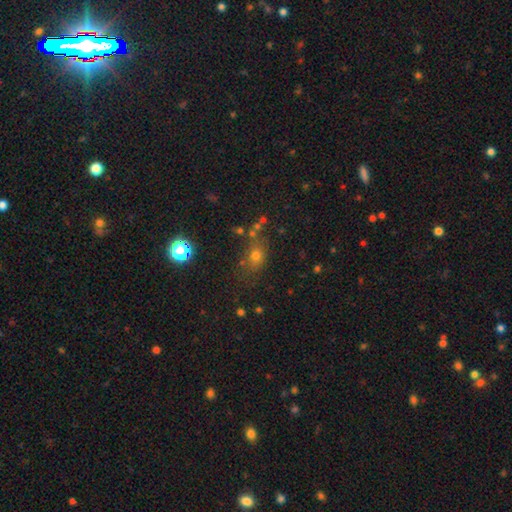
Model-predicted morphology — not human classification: Smooth or featured: smooth — 64% (star or artifact — 25%)
How rounded: round — 52% (in between — 46%)
Merging: none — 68% (minor disturbance — 16%)